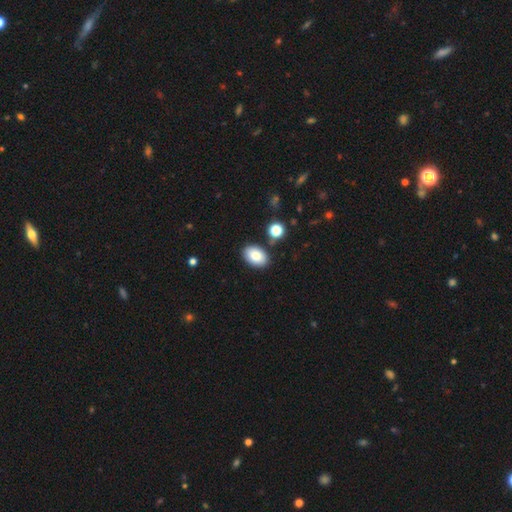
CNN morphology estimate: This appears to be a smooth galaxy with no disk features (83%) that is in between round and cigar-shaped (87%). Merging: none (84%).